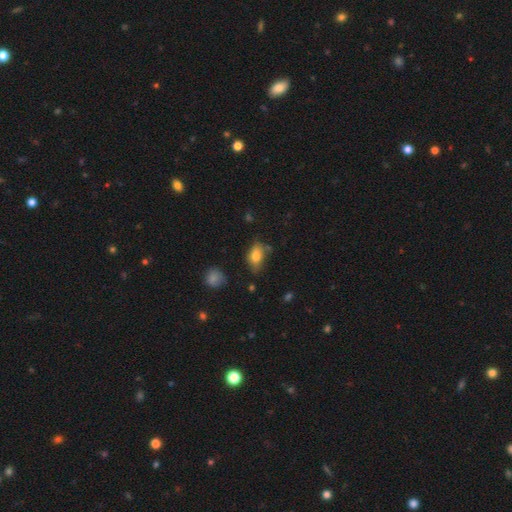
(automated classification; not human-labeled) Morphology: type=smooth (77%); roundness=in between (86%); merging=none (59%).